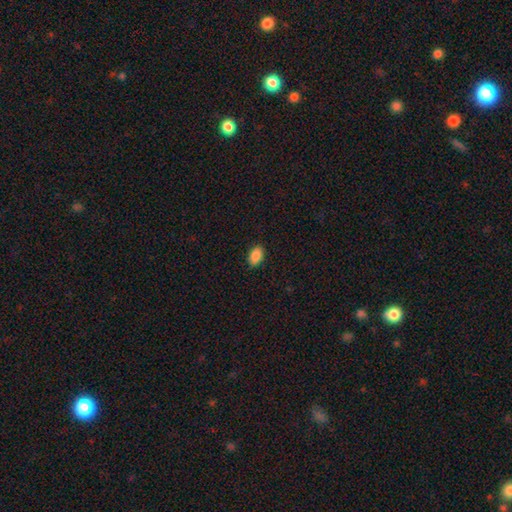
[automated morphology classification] type=smooth (89%); roundness=in between (90%); merging=none (88%).